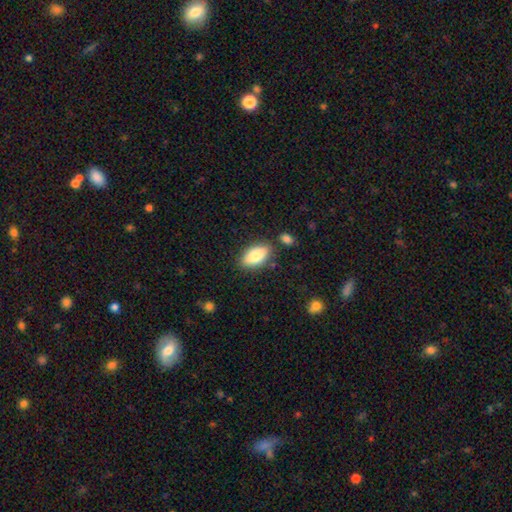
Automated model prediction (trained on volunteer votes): smooth 80%, featured or disk 13%, star or artifact 7%. Down the decision tree: how rounded — in between (89%); merging — none (81%).